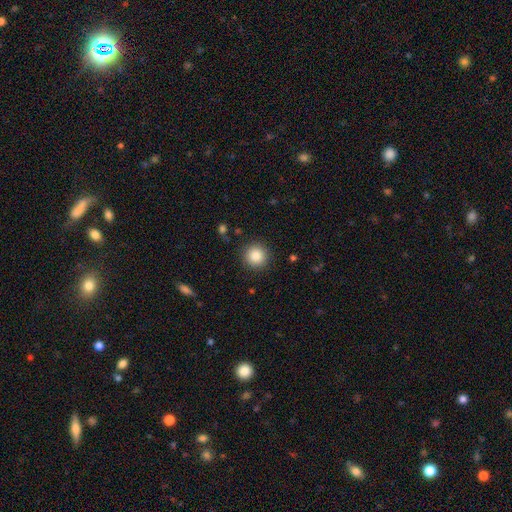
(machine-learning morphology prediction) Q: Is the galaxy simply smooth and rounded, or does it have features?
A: smooth — 85%.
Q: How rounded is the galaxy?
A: round — 95%.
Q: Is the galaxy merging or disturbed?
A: none — 90%.